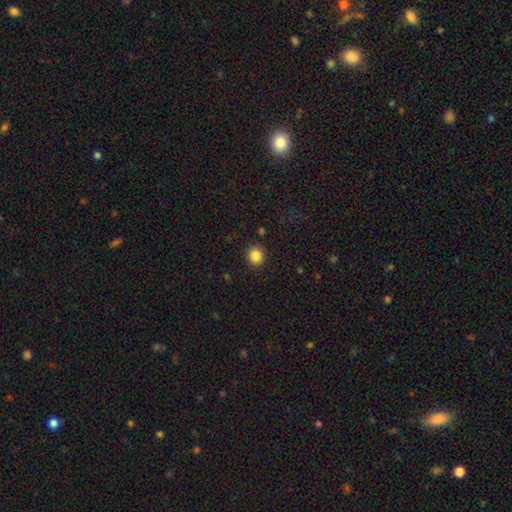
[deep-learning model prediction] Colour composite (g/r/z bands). It shows a smooth galaxy with no disk features (85%) that is round (89%). Merging: none (90%).